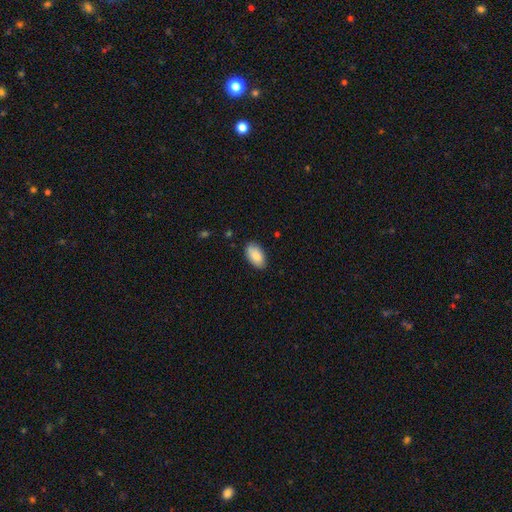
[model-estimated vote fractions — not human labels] Smooth or featured: smooth — 86% (featured or disk — 8%)
How rounded: in between — 94% (round — 3%)
Merging: none — 84% (minor disturbance — 13%)